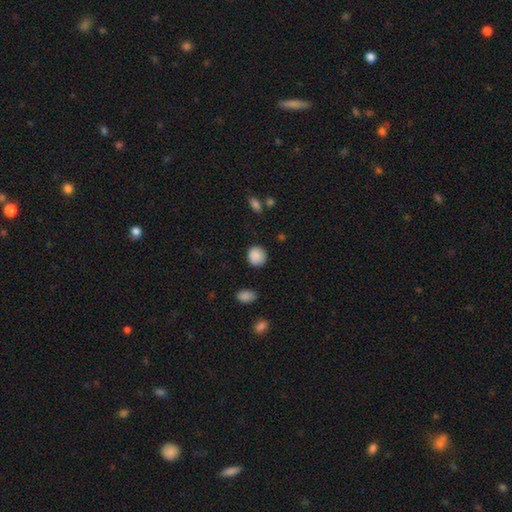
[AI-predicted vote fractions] Smooth or featured?
  - smooth: 89% *
  - star or artifact: 8%
  - featured or disk: 3%
How rounded?
  - round: 85% *
  - in between: 13%
  - cigar-shaped: 1%
Merging?
  - none: 87% *
  - minor disturbance: 9%
  - major disturbance: 3%
  - merger: 1%